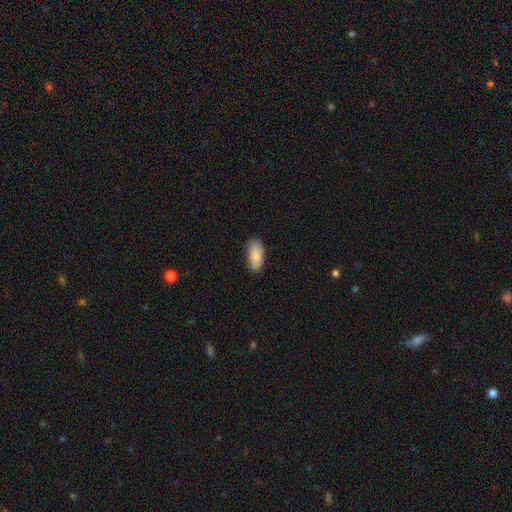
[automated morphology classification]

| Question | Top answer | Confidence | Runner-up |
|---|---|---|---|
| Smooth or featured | smooth | 88% | star or artifact (6%) |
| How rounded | in between | 89% | cigar-shaped (9%) |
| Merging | none | 83% | minor disturbance (14%) |